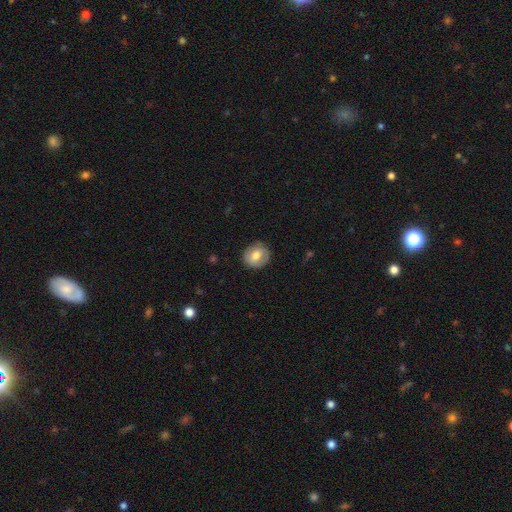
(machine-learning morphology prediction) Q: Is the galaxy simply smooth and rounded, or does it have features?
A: smooth — 69%.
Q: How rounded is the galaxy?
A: round — 78%.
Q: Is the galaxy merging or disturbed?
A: none — 84%.